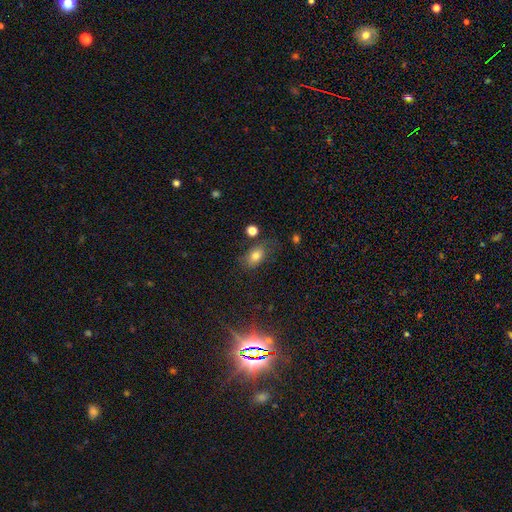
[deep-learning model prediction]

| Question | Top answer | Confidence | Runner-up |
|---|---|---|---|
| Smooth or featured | smooth | 79% | star or artifact (11%) |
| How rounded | in between | 83% | round (15%) |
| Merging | none | 66% | minor disturbance (21%) |